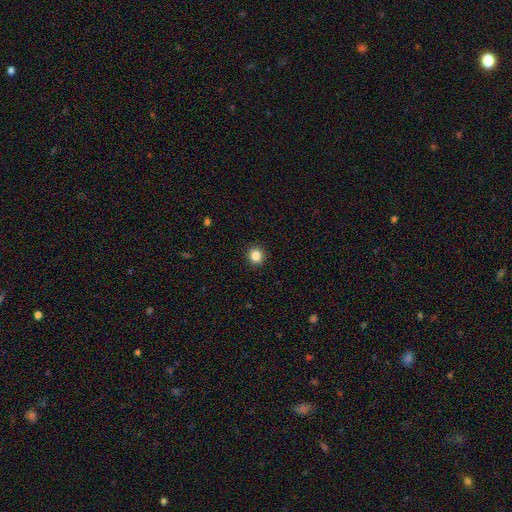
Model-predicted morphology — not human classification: Overall: smooth (85%). How rounded: round (91%). Merging: none (93%).